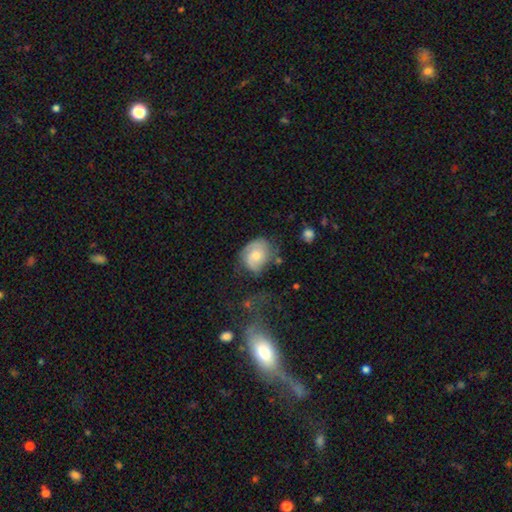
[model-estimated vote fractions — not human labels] The model was most divided on "smooth or featured": featured or disk: 56%, smooth: 36%, star or artifact: 8%. More confident: edge-on disk — no (97%); spiral arms — yes (84%); bar — no (72%); bulge size — moderate (63%); merging — none (54%).